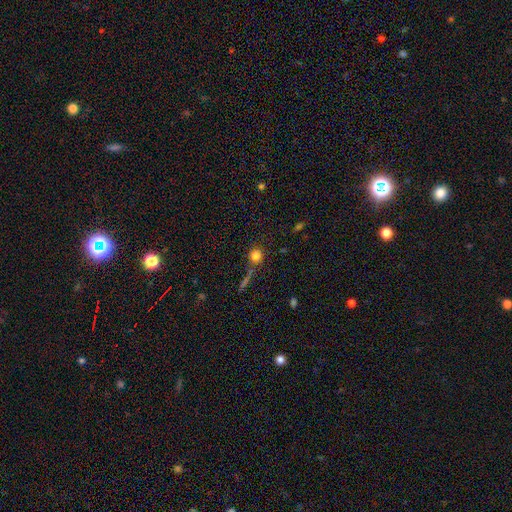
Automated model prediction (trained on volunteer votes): A smooth galaxy with no disk features (78%) that is round (88%). Merging: none (73%).